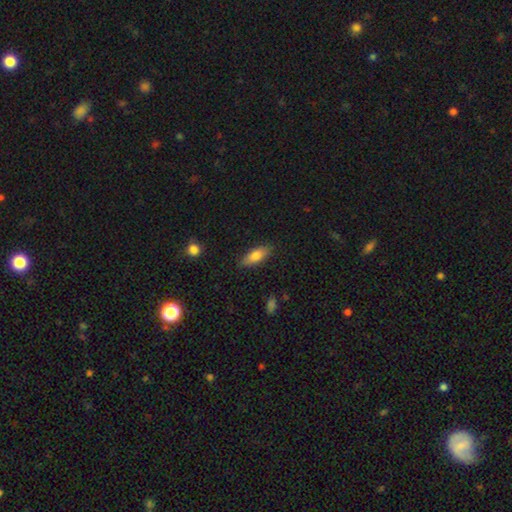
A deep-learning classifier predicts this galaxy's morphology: The model was most divided on "how rounded": in between: 71%, cigar-shaped: 26%, round: 3%. More confident: merging — none (85%); smooth or featured — smooth (78%).